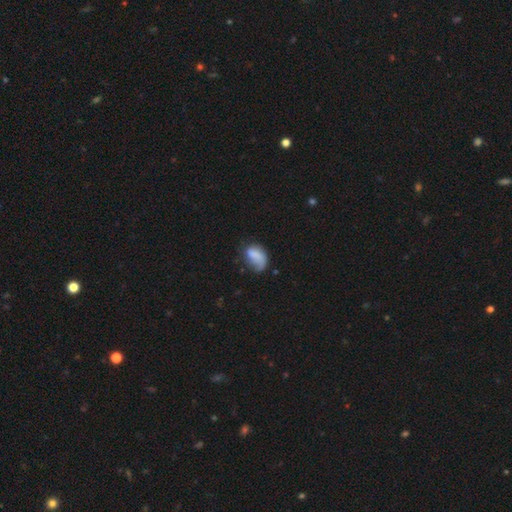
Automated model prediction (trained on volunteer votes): This appears to be a smooth galaxy with no disk features (68%) that is in between round and cigar-shaped (86%). Merging: none (37%).